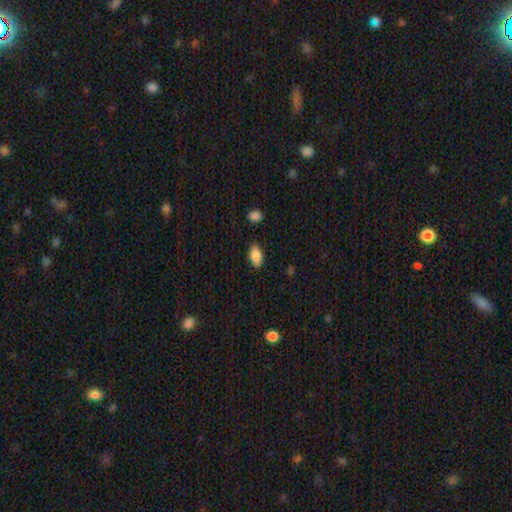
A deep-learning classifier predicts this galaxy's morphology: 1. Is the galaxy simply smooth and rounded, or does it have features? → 86% smooth, 8% star or artifact, 6% featured or disk.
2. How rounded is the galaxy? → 90% in between, 5% cigar-shaped, 5% round.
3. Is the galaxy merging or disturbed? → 84% none, 12% minor disturbance, 3% major disturbance, 2% merger.